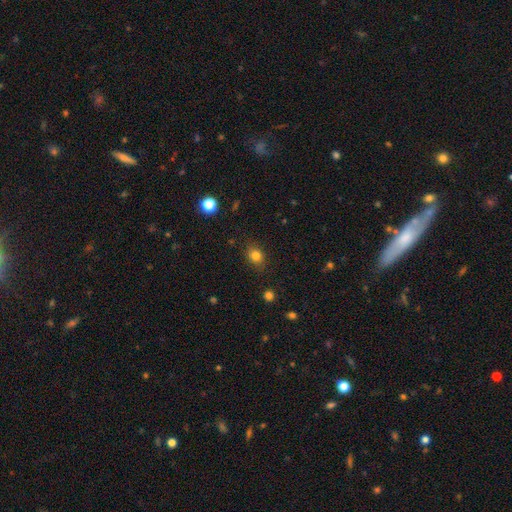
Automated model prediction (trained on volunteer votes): Smooth or featured? Predicted: smooth (p=0.81). How rounded? Predicted: round (p=0.57). Merging? Predicted: none (p=0.83).